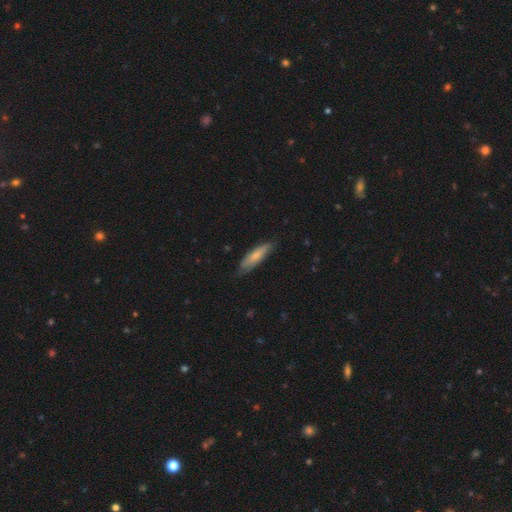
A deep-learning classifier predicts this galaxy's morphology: Q: Smooth or featured?
A: smooth (70%); runner-up: featured or disk (24%)
Q: How rounded?
A: cigar-shaped (66%); runner-up: in between (32%)
Q: Merging?
A: none (74%); runner-up: minor disturbance (21%)